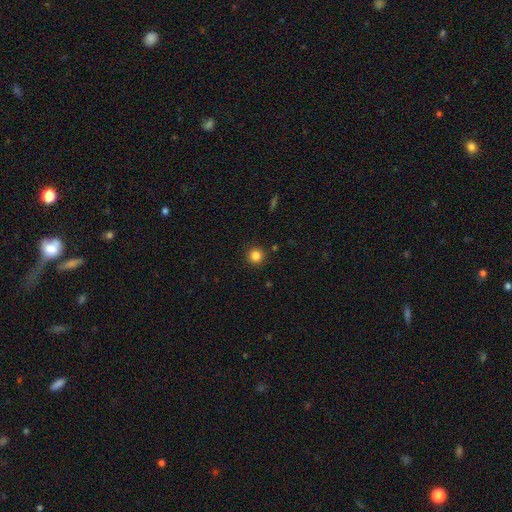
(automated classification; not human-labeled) Smooth or featured: smooth — 83% (star or artifact — 12%)
How rounded: round — 95% (in between — 4%)
Merging: none — 91% (minor disturbance — 5%)